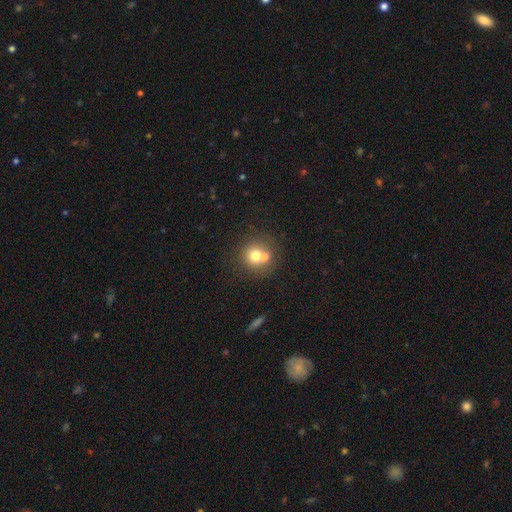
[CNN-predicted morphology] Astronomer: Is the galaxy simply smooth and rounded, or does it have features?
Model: smooth — 68%.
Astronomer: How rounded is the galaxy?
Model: round — 89%.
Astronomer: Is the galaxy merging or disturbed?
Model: none — 48% (runner-up: merger, 43%).